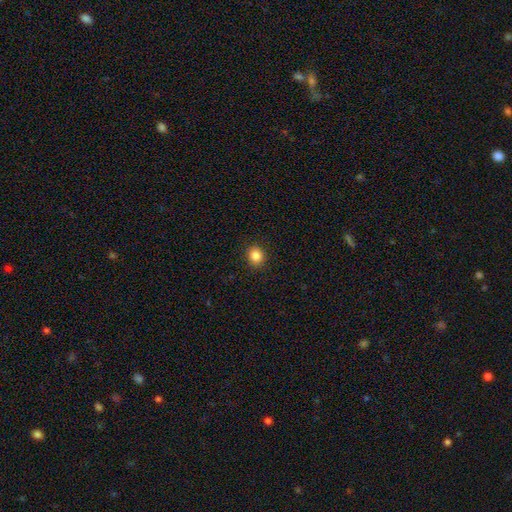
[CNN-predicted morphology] Smooth or featured? smooth (85%)
How rounded? round (70%)
Merging? none (90%)